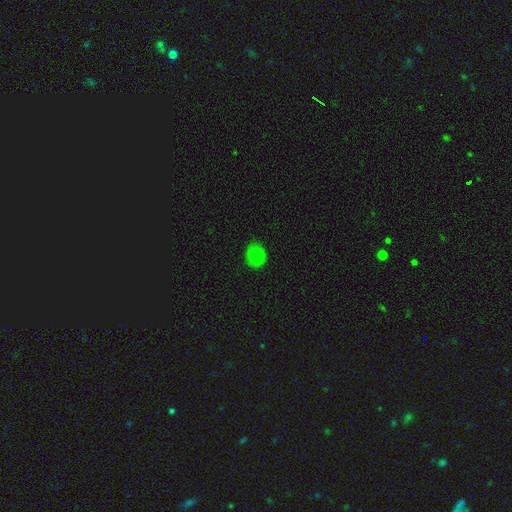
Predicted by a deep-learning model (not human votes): This appears to be a smooth galaxy with no disk features (81%) that is round (74%). Merging: none (81%).